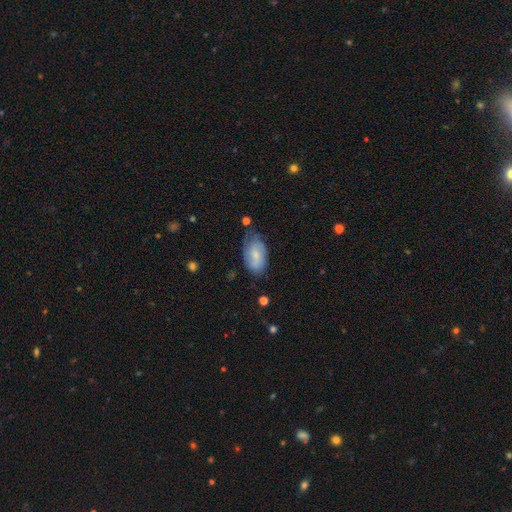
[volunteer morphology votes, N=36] smooth-or-featured: smooth: 56% | featured or disk: 39% | star or artifact: 6%
  how-rounded: in between: 100% | round: 0% | cigar-shaped: 0%
  merging: minor disturbance: 56% | none: 38% | major disturbance: 6% | merger: 0%